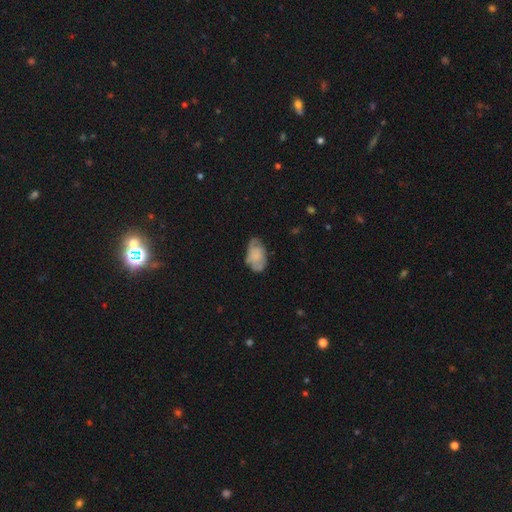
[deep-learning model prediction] Q: Smooth or featured?
A: smooth (56%); runner-up: featured or disk (37%)
Q: How rounded?
A: in between (92%); runner-up: round (7%)
Q: Merging?
A: none (53%); runner-up: minor disturbance (33%)